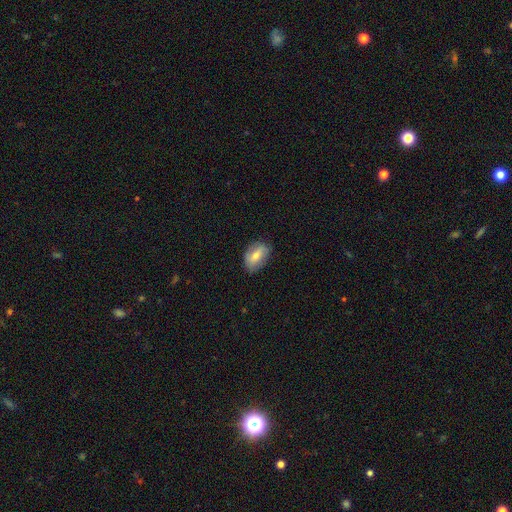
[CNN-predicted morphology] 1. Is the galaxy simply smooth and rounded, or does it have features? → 61% smooth, 32% featured or disk, 7% star or artifact.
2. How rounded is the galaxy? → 86% in between, 12% round, 2% cigar-shaped.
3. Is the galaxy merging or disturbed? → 76% none, 19% minor disturbance, 4% major disturbance, 1% merger.